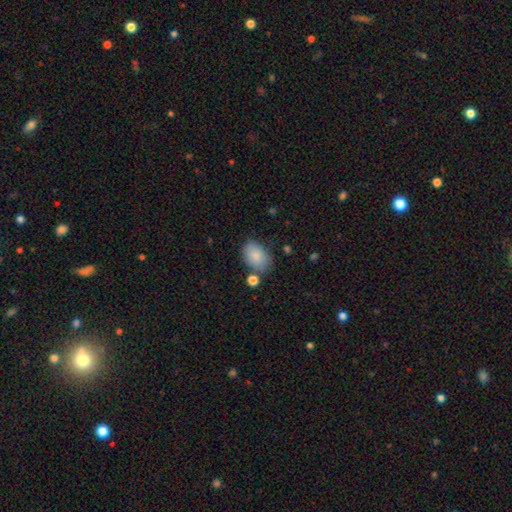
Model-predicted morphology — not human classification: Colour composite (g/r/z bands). It shows a smooth galaxy with no disk features (85%) that is in between round and cigar-shaped (84%). Merging: none (69%).